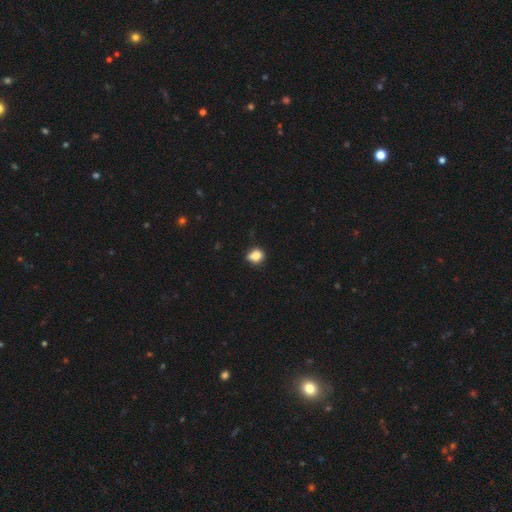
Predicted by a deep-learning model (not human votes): smooth-or-featured: smooth: 84% | star or artifact: 10% | featured or disk: 6%
  how-rounded: round: 54% | in between: 44% | cigar-shaped: 1%
  merging: none: 64% | minor disturbance: 27% | major disturbance: 5% | merger: 3%